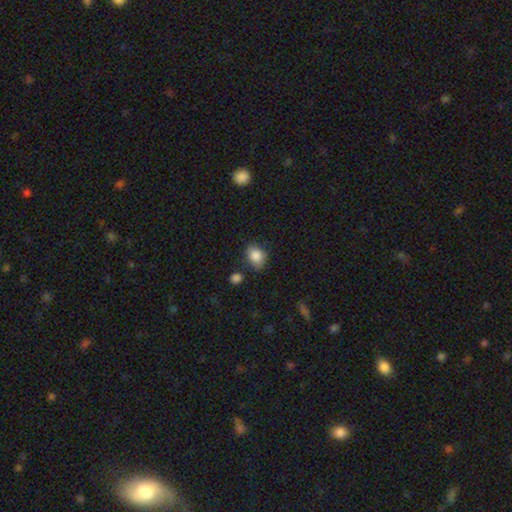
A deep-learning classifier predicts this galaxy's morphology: Q: Smooth or featured?
A: smooth (85%); runner-up: star or artifact (9%)
Q: How rounded?
A: in between (58%); runner-up: round (40%)
Q: Merging?
A: none (66%); runner-up: minor disturbance (24%)